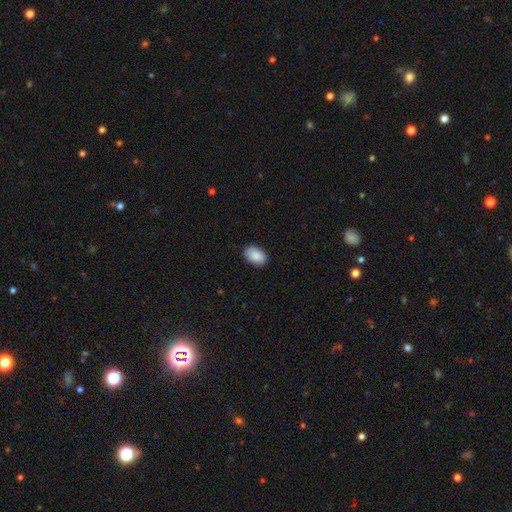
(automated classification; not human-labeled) This is clearly a smooth galaxy (90%). How rounded: clearly in between (88%). Merging: clearly none (87%).